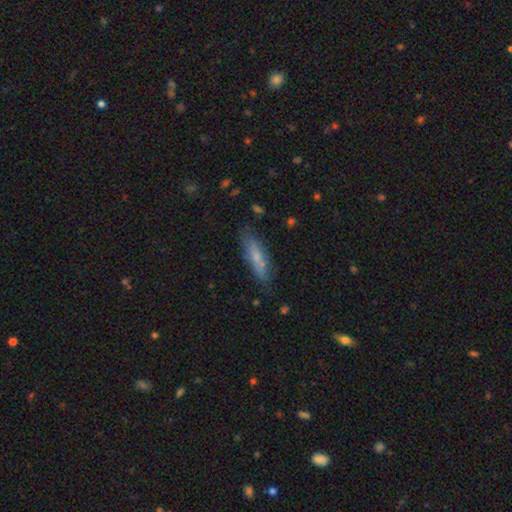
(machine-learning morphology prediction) Smooth or featured? Predicted: smooth (p=0.57). How rounded? Predicted: cigar-shaped (p=0.73). Merging? Predicted: none (p=0.76).